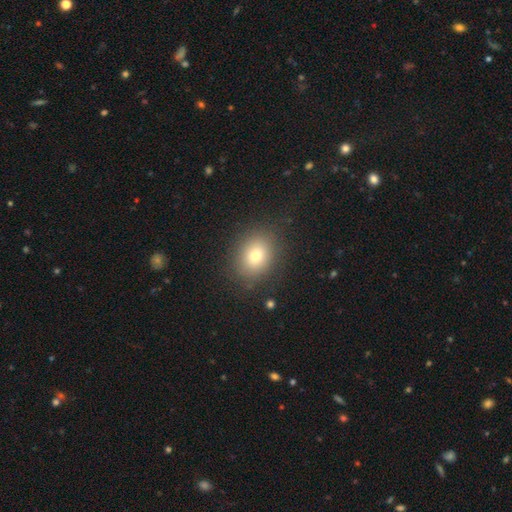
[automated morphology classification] Smooth or featured? Predicted: smooth (p=0.75). How rounded? Predicted: round (p=0.53). Merging? Predicted: none (p=0.86).